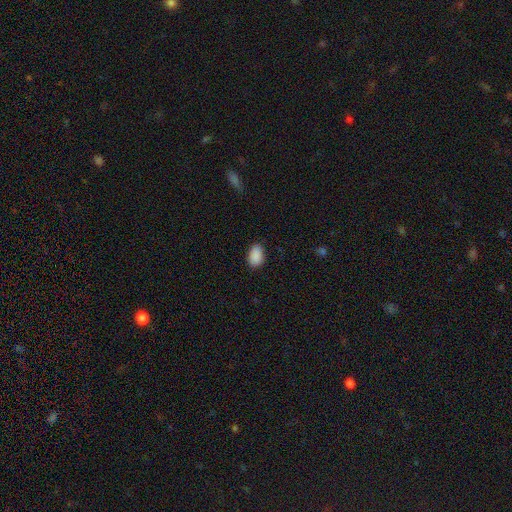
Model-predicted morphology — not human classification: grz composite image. It shows a smooth galaxy with no disk features (90%) that is in between round and cigar-shaped (89%). Merging: none (84%).